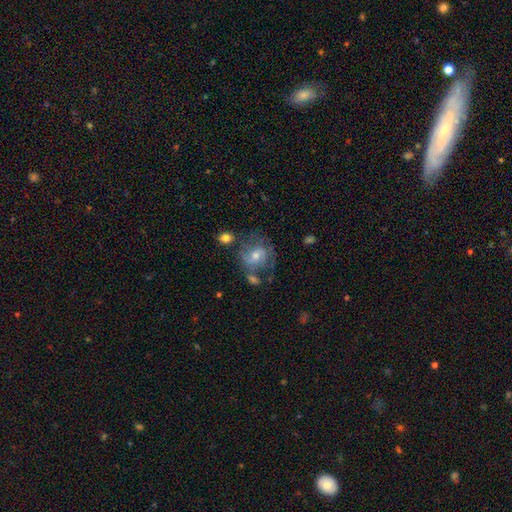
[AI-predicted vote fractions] A featured or disk galaxy (63%) with no bar (46%), spiral arms (78%) and a moderate central bulge (58%).

Vote fractions:
- Smooth or featured? featured or disk: 63% / smooth: 27% / star or artifact: 10%
- Edge-on disk? no: 97% / yes: 3%
- Bar? no: 46% / weak: 42% / strong: 12%
- Spiral arms? yes: 78% / no: 22%
- Bulge size? moderate: 58% / small: 35% / large: 4% / none: 2% / dominant: 1%
- Merging? none: 53% / minor disturbance: 20% / major disturbance: 15% / merger: 12%